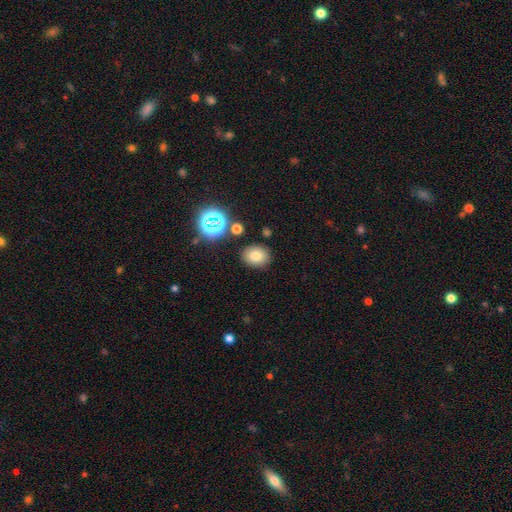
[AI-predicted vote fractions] smooth 75%, star or artifact 16%, featured or disk 9%. Down the decision tree: how rounded — round (56%); merging — none (84%).